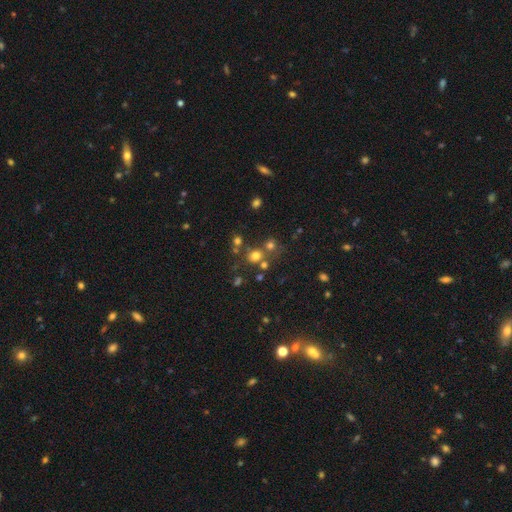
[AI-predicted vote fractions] smooth_or_featured: smooth (p=0.66) [alt: star or artifact p=0.24]
how_rounded: round (p=0.85) [alt: in between p=0.14]
merging: none (p=0.66) [alt: merger p=0.22]